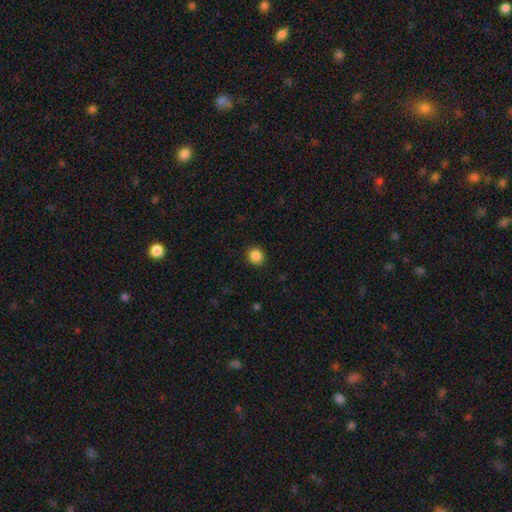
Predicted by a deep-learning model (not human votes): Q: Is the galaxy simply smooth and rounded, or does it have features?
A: smooth — 87%.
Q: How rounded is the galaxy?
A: round — 87%.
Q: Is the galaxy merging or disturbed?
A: none — 92%.